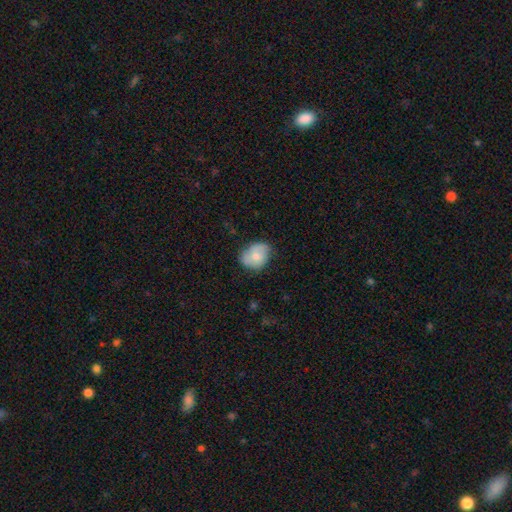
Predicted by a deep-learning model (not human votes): Q: Smooth or featured?
A: smooth (63%); runner-up: featured or disk (30%)
Q: How rounded?
A: round (51%); runner-up: in between (48%)
Q: Merging?
A: none (62%); runner-up: minor disturbance (29%)